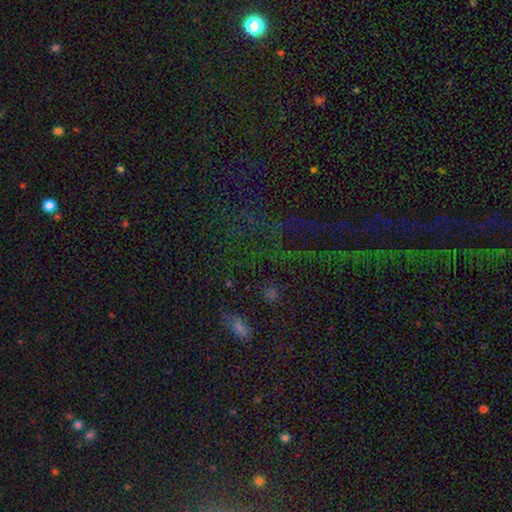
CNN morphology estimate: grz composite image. It shows a star or artifact, not a galaxy (70%).